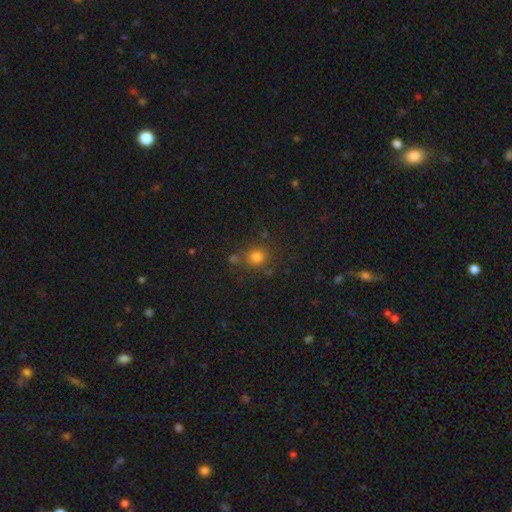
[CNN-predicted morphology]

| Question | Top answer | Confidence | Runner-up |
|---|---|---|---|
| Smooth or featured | smooth | 73% | star or artifact (20%) |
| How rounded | round | 89% | in between (10%) |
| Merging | none | 75% | merger (12%) |